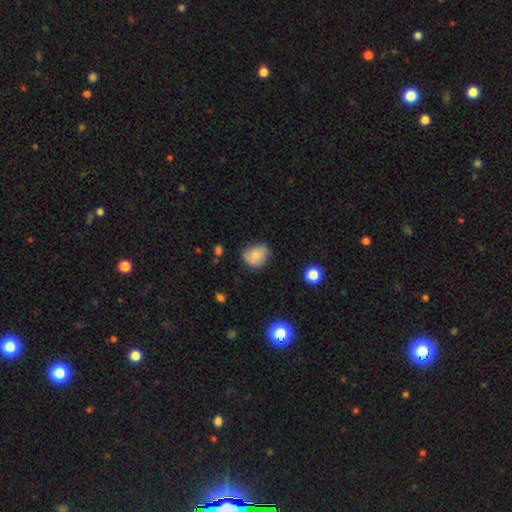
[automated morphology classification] This appears to be a smooth galaxy with no disk features (75%) that is round (52%). Merging: none (57%).